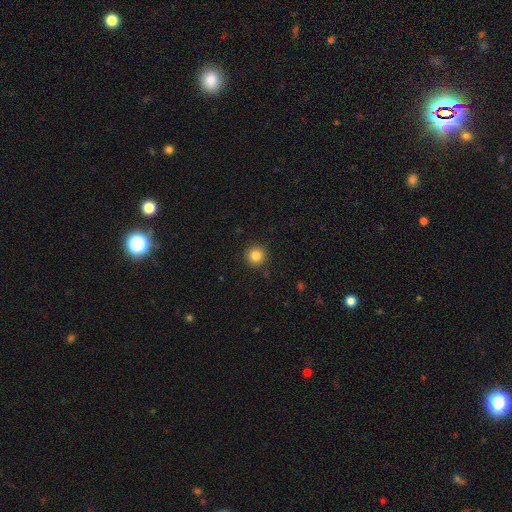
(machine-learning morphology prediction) Smooth or featured: smooth — 84% (star or artifact — 11%)
How rounded: round — 95% (in between — 4%)
Merging: none — 90% (minor disturbance — 7%)